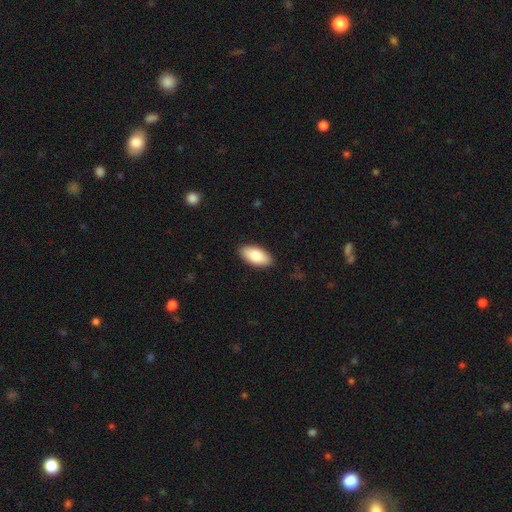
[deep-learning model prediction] Q: Smooth or featured?
A: smooth (85%); runner-up: featured or disk (9%)
Q: How rounded?
A: in between (93%); runner-up: cigar-shaped (5%)
Q: Merging?
A: none (88%); runner-up: minor disturbance (9%)